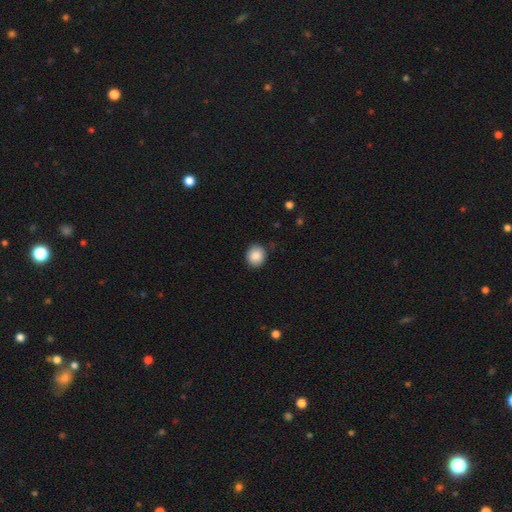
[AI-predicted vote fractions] smooth_or_featured: smooth (p=0.88) [alt: star or artifact p=0.08]
how_rounded: round (p=0.77) [alt: in between p=0.22]
merging: none (p=0.87) [alt: minor disturbance p=0.10]